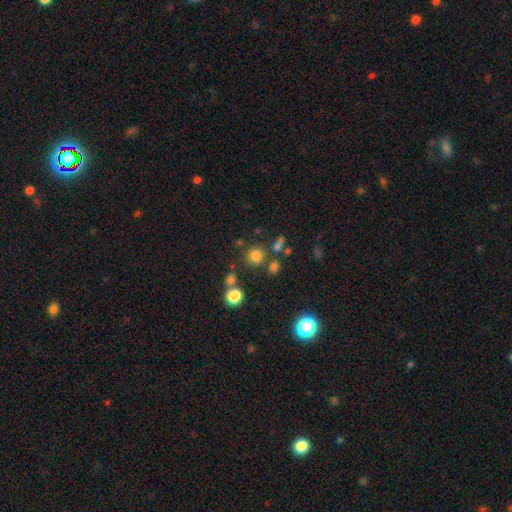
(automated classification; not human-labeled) Overall: smooth (75%). How rounded: round (88%). Merging: none (75%).